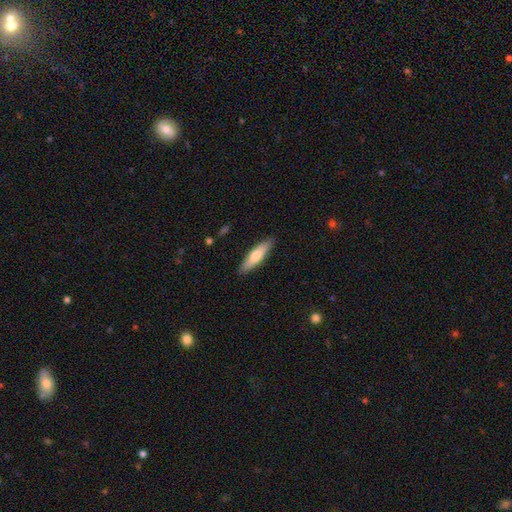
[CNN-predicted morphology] Smooth or featured?
  - smooth: 64% *
  - featured or disk: 30%
  - star or artifact: 5%
How rounded?
  - cigar-shaped: 71% *
  - in between: 28%
  - round: 2%
Merging?
  - none: 89% *
  - minor disturbance: 9%
  - major disturbance: 2%
  - merger: 1%